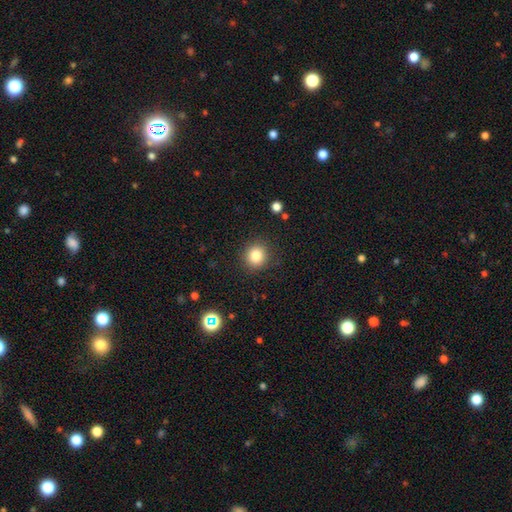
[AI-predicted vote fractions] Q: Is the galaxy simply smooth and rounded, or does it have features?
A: smooth — 82%.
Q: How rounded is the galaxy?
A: round — 90%.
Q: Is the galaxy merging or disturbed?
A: none — 89%.